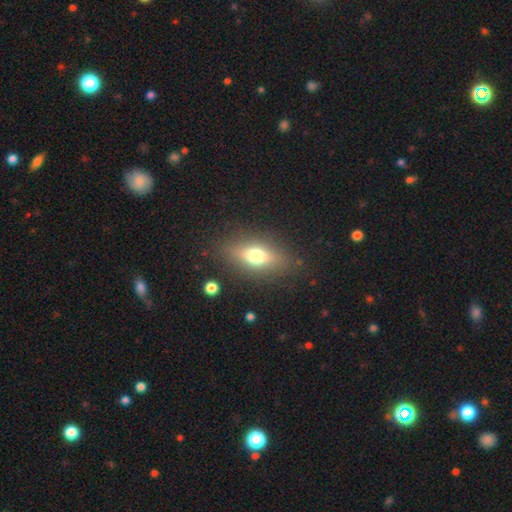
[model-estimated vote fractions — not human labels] This appears to be a smooth galaxy with no disk features (65%) that is in between round and cigar-shaped (74%). Merging: none (83%).